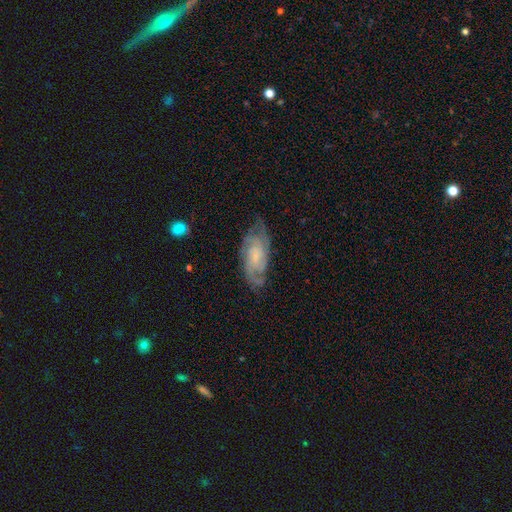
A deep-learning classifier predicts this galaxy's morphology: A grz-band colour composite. It shows a featured or disk galaxy (79%) with no bar (64%), 2 (30%) tight (54%) spiral arms (95%) and a small central bulge (44%). Merging: none (70%).